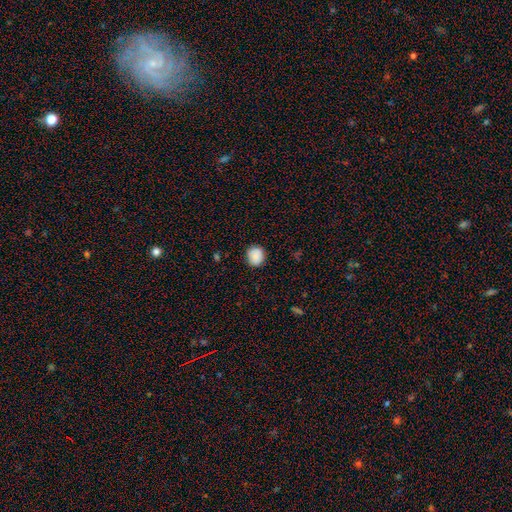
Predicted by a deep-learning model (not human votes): Smooth or featured: smooth — 88% (star or artifact — 8%)
How rounded: round — 82% (in between — 17%)
Merging: none — 86% (minor disturbance — 10%)